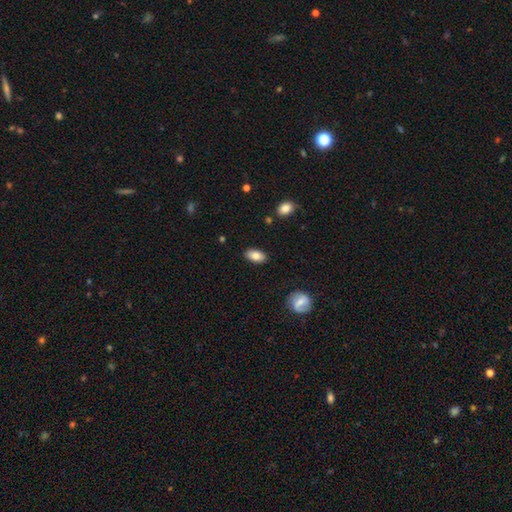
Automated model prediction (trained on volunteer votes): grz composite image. It shows a smooth galaxy with no disk features (80%) that is in between round and cigar-shaped (92%). Merging: none (87%).